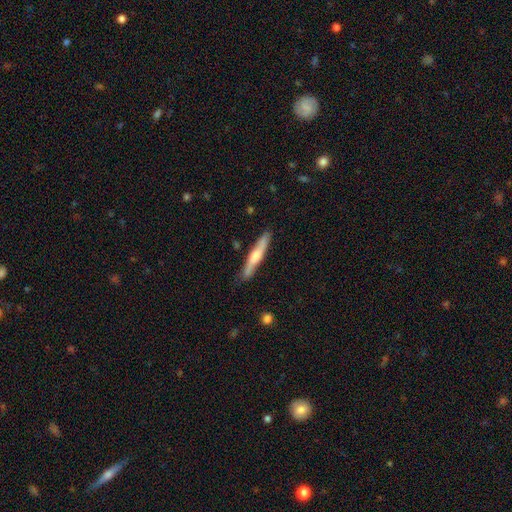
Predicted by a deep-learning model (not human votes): Overall: smooth (49%; featured or disk 46%). Merging: none (84%).